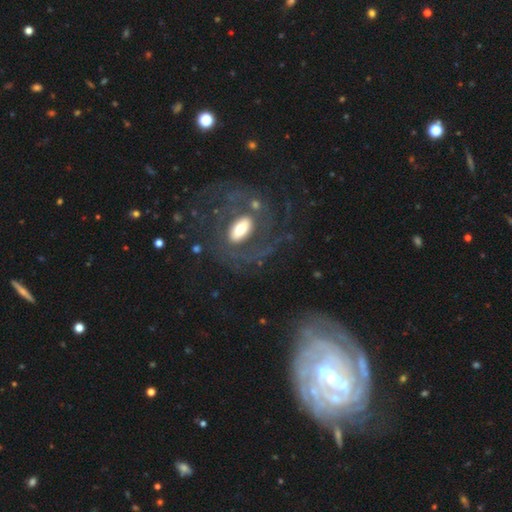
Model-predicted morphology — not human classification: smooth_or_featured: featured or disk (p=0.78) [alt: smooth p=0.12]
disk_edge_on: no (p=0.91) [alt: yes p=0.09]
bar: strong (p=0.53) [alt: weak p=0.32]
has_spiral_arms: yes (p=0.83) [alt: no p=0.17]
spiral_winding: tight (p=0.53) [alt: medium p=0.33]
spiral_arm_count: 2 (p=0.43) [alt: can't tell p=0.29]
bulge_size: moderate (p=0.52) [alt: small p=0.23]
merging: none (p=0.62) [alt: major disturbance p=0.16]